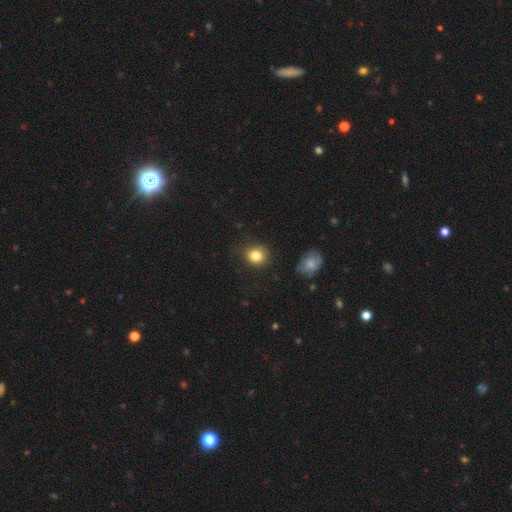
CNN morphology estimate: Smooth or featured: smooth — 83% (star or artifact — 10%)
How rounded: round — 80% (in between — 20%)
Merging: none — 79% (minor disturbance — 15%)